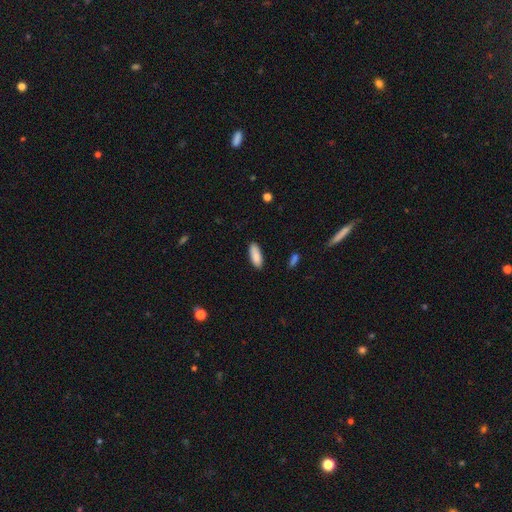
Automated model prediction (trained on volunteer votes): Smooth or featured: smooth — 88% (featured or disk — 6%)
How rounded: in between — 73% (cigar-shaped — 25%)
Merging: none — 87% (minor disturbance — 10%)